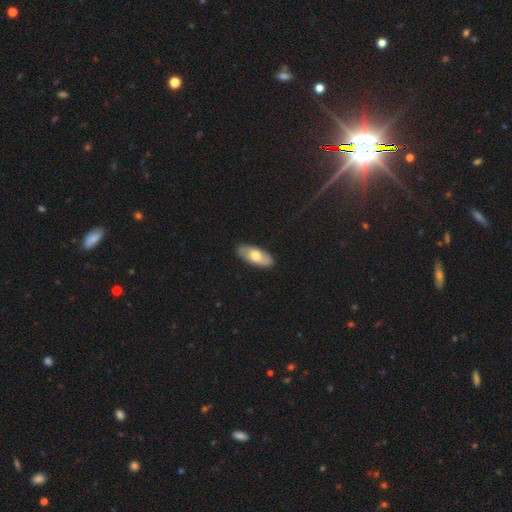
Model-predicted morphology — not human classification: A smooth galaxy with no disk features (61%) that is in between round and cigar-shaped (83%).

Vote fractions:
- Smooth or featured? smooth: 61% / featured or disk: 34% / star or artifact: 5%
- How rounded? in between: 83% / cigar-shaped: 15% / round: 2%
- Merging? none: 87% / minor disturbance: 10% / major disturbance: 2% / merger: 1%